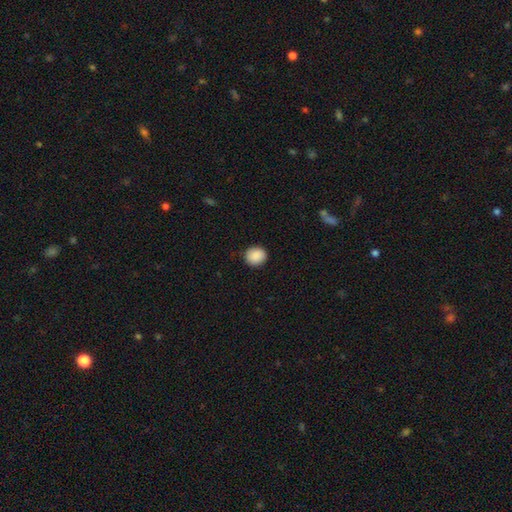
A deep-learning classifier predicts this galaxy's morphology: smooth_or_featured: smooth (p=0.90) [alt: star or artifact p=0.07]
how_rounded: round (p=0.80) [alt: in between p=0.19]
merging: none (p=0.89) [alt: minor disturbance p=0.08]